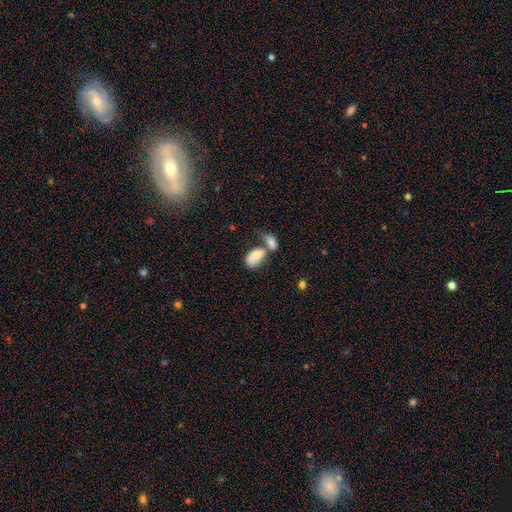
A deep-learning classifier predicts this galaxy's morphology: smooth-or-featured: smooth: 74% | featured or disk: 19% | star or artifact: 7%
  how-rounded: in between: 91% | round: 7% | cigar-shaped: 2%
  merging: merger: 64% | none: 18% | minor disturbance: 10% | major disturbance: 8%